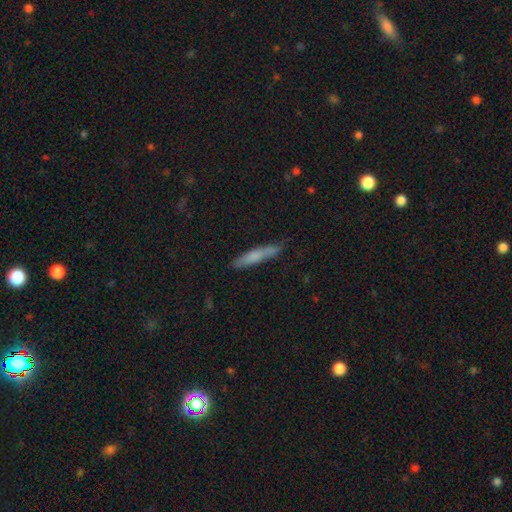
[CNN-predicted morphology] Smooth or featured? smooth (67%)
How rounded? cigar-shaped (92%)
Merging? none (82%)